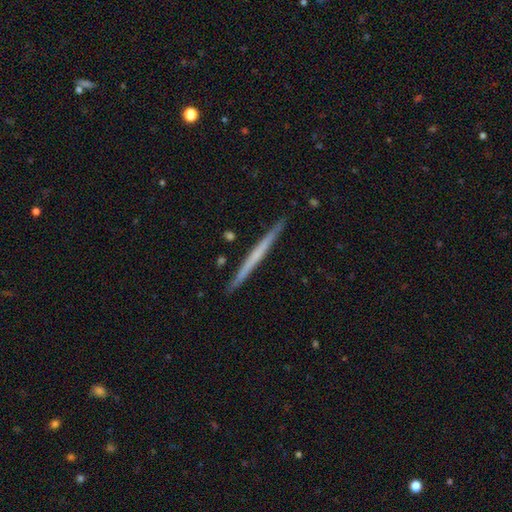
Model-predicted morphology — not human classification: smooth_or_featured: featured or disk (p=0.55) [alt: smooth p=0.40]
disk_edge_on: yes (p=0.98) [alt: no p=0.02]
edge_on_bulge: none (p=0.88) [alt: rounded p=0.08]
merging: none (p=0.92) [alt: minor disturbance p=0.06]